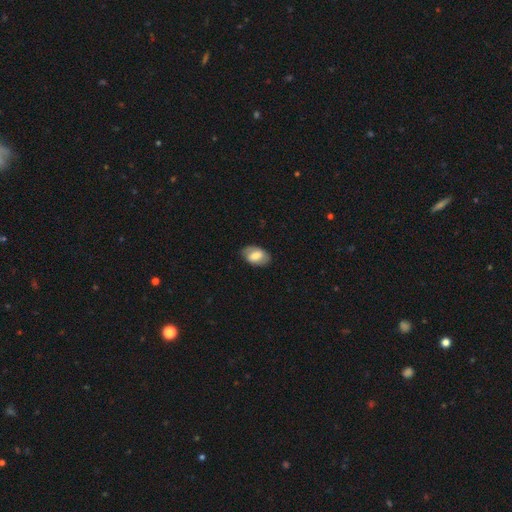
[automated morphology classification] A smooth galaxy with no disk features (62%) that is in between round and cigar-shaped (90%). Merging: none (79%).